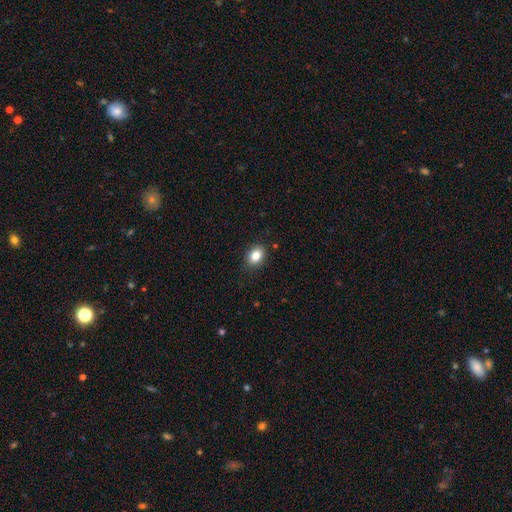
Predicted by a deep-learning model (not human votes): Morphology: type=smooth (84%); roundness=in between (77%); merging=none (87%).